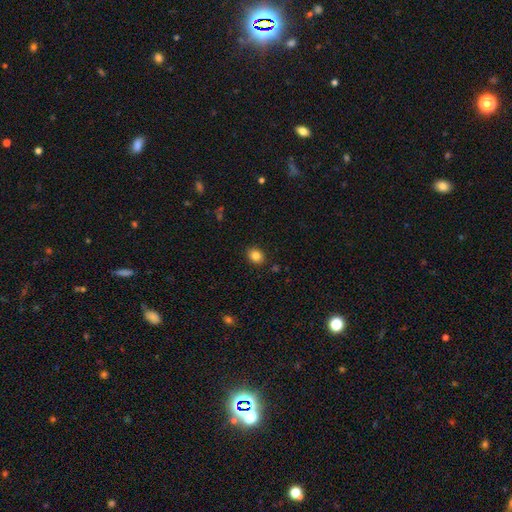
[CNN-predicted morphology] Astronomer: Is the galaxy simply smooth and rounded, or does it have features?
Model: smooth — 84%.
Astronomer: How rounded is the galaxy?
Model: round — 50% (runner-up: in between, 49%).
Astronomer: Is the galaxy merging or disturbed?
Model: none — 88%.